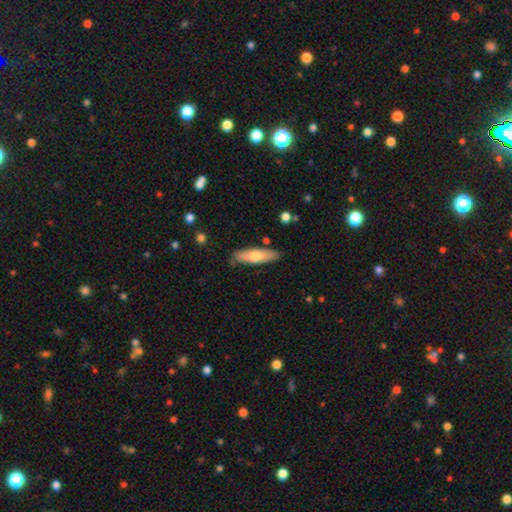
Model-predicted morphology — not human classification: smooth-or-featured: smooth: 63% | featured or disk: 31% | star or artifact: 6%
  how-rounded: cigar-shaped: 60% | in between: 38% | round: 2%
  merging: none: 81% | minor disturbance: 14% | merger: 3% | major disturbance: 2%